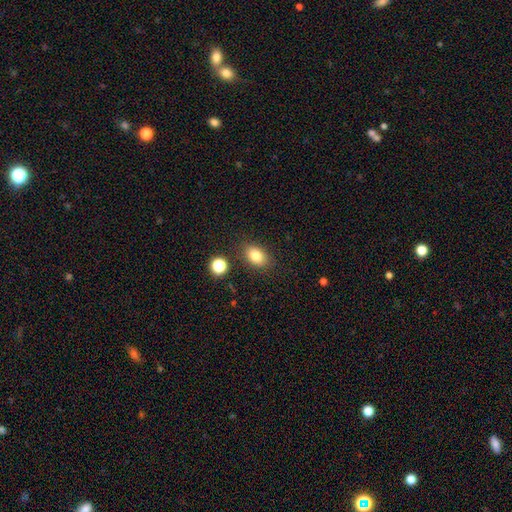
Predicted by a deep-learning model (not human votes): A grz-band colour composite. It shows a smooth galaxy with no disk features (82%) that is in between round and cigar-shaped (77%). Merging: none (82%).